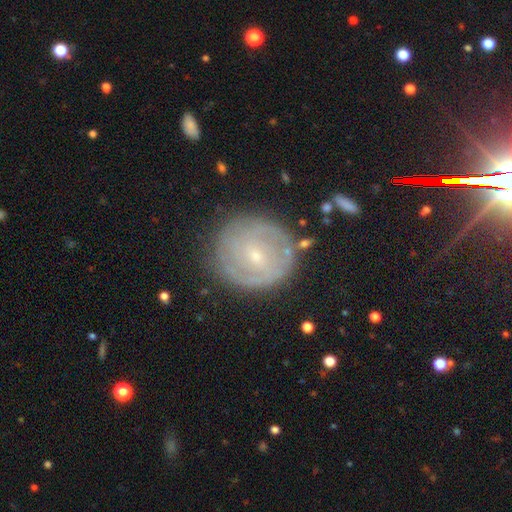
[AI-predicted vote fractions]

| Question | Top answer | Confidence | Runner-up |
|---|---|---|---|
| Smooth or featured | featured or disk | 71% | smooth (22%) |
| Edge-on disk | no | 97% | yes (3%) |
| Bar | no | 51% | weak (40%) |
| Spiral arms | yes | 83% | no (17%) |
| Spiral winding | tight | 70% | medium (23%) |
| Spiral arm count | can't tell | 42% | 2 (33%) |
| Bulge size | small | 73% | moderate (24%) |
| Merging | none | 79% | minor disturbance (14%) |